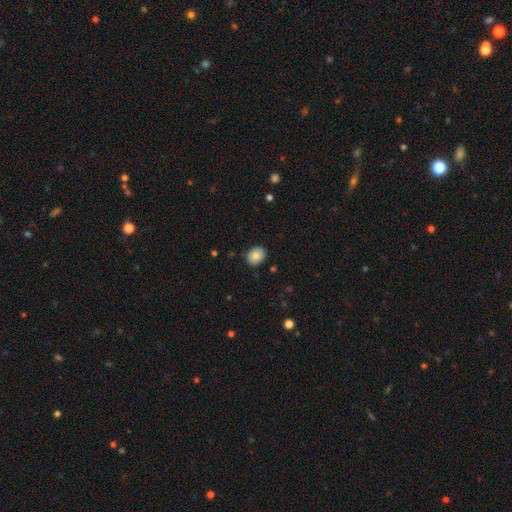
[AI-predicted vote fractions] Smooth or featured?
  - smooth: 85% *
  - star or artifact: 8%
  - featured or disk: 7%
How rounded?
  - round: 50% *
  - in between: 49%
  - cigar-shaped: 1%
Merging?
  - none: 86% *
  - minor disturbance: 11%
  - major disturbance: 2%
  - merger: 1%